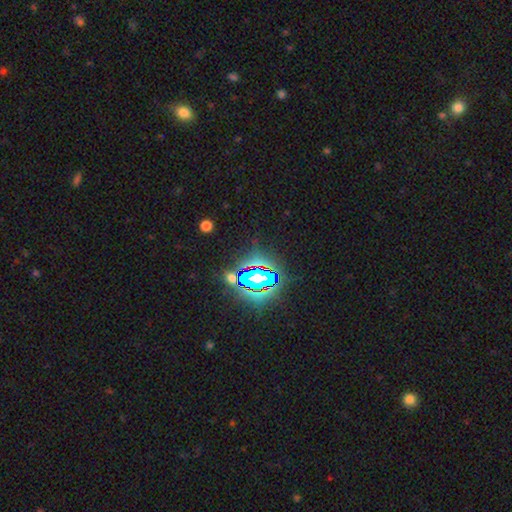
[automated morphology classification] star or artifact 76%, smooth 15%, featured or disk 9%.